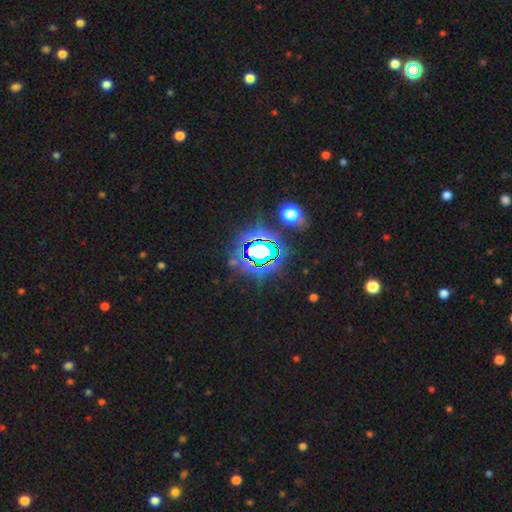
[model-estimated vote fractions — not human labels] The model was most divided on "smooth or featured": star or artifact: 83%, smooth: 10%, featured or disk: 7%.